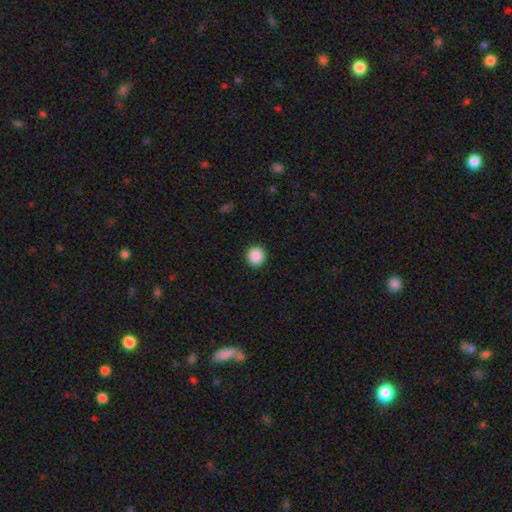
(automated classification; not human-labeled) Overall: smooth (89%). How rounded: round (93%). Merging: none (93%).